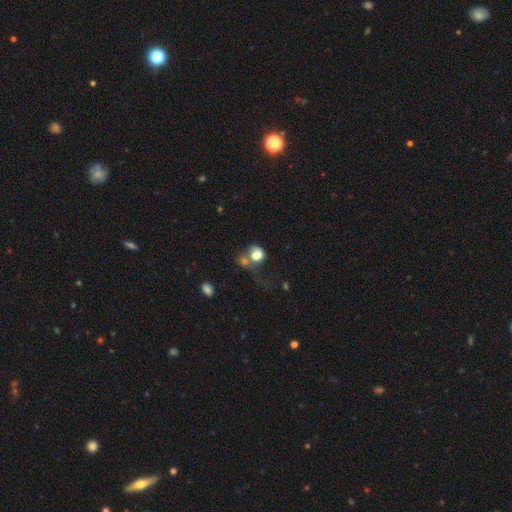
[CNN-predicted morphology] Smooth or featured? Predicted: smooth (p=0.63). How rounded? Predicted: round (p=0.60). Merging? Predicted: merger (p=0.46).